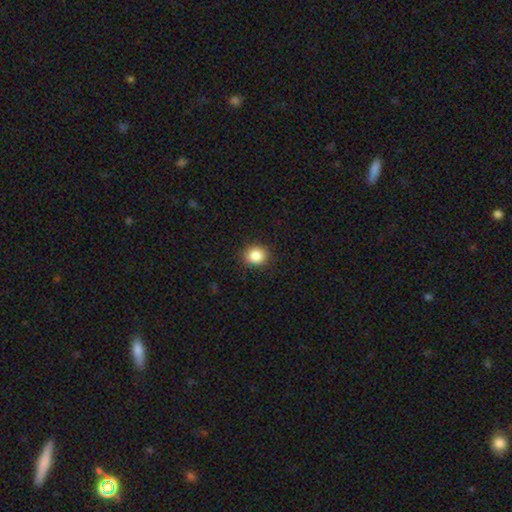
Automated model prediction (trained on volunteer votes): Smooth or featured? smooth (87%)
How rounded? round (75%)
Merging? none (89%)